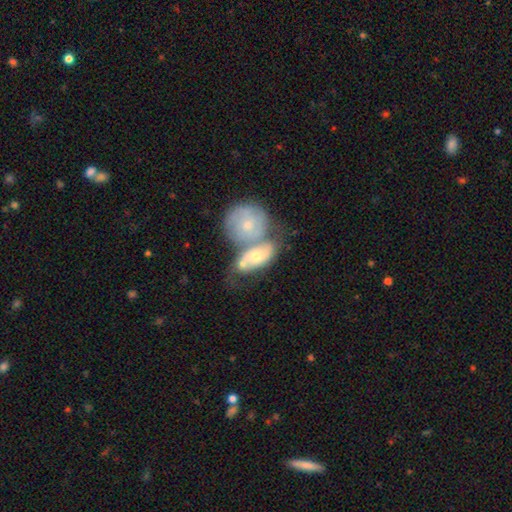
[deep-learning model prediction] Overall: featured or disk (51%; smooth 43%). Edge-on disk: no (92%). Merging: merger (64%).